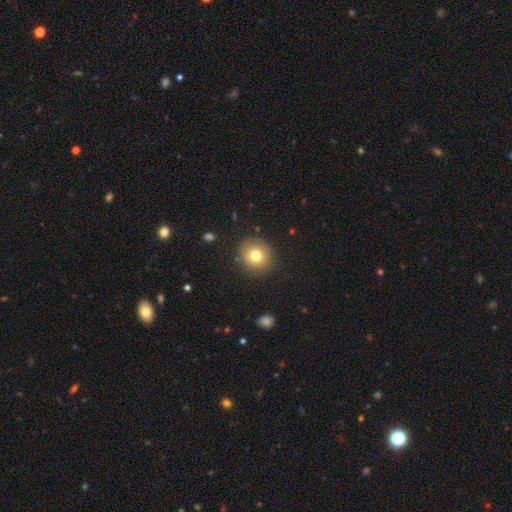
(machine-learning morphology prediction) smooth-or-featured: smooth: 76% | featured or disk: 12% | star or artifact: 11%
  how-rounded: round: 91% | in between: 9% | cigar-shaped: 1%
  merging: none: 87% | minor disturbance: 9% | major disturbance: 3% | merger: 1%